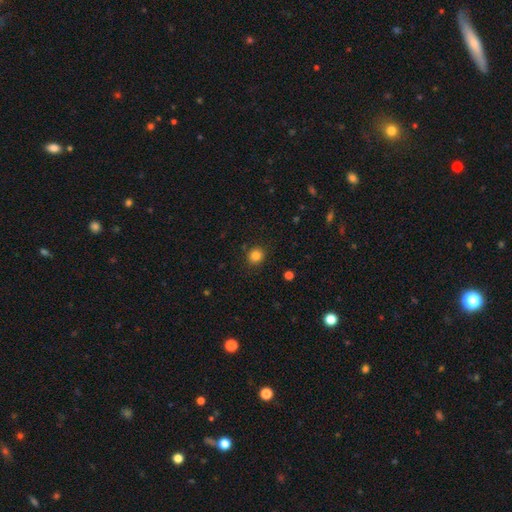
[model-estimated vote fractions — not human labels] smooth 83%, star or artifact 12%, featured or disk 5%. Down the decision tree: how rounded — round (86%); merging — none (89%).